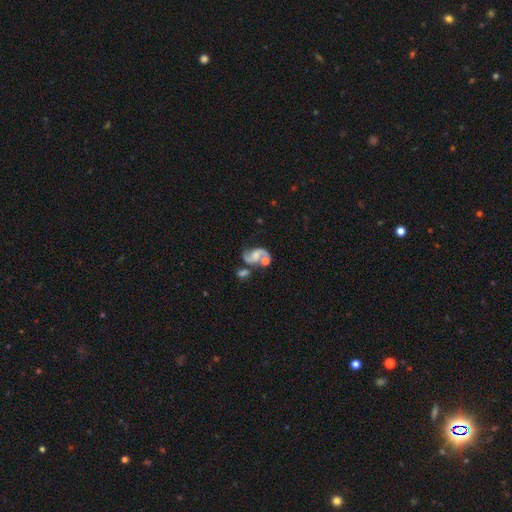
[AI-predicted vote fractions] A featured or disk galaxy (84%) with no bar (55%), 2 (92%) loose (48%) spiral arms (96%) and a moderate central bulge (33%). Merging: none (48%).